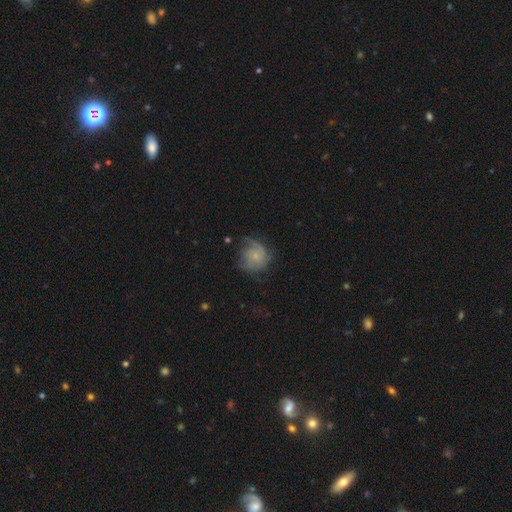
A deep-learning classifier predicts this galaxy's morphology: Smooth or featured: featured or disk — 56% (smooth — 36%)
Edge-on disk: no — 98% (yes — 2%)
Bar: no — 79% (weak — 19%)
Spiral arms: yes — 85% (no — 15%)
Bulge size: small — 70% (moderate — 17%)
Merging: none — 49% (minor disturbance — 27%)